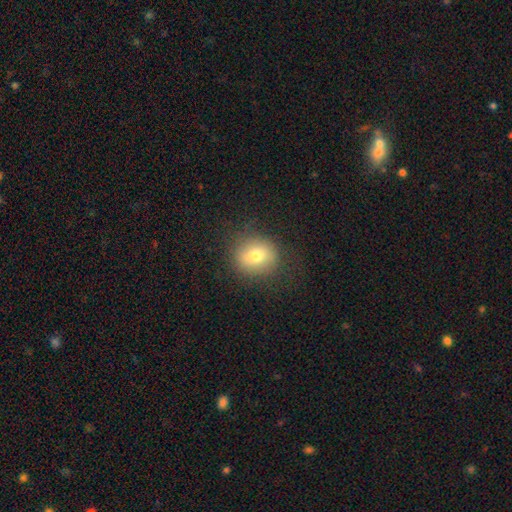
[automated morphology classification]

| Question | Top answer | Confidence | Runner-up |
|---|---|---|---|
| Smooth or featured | smooth | 72% | featured or disk (16%) |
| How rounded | round | 79% | in between (20%) |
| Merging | none | 83% | minor disturbance (11%) |